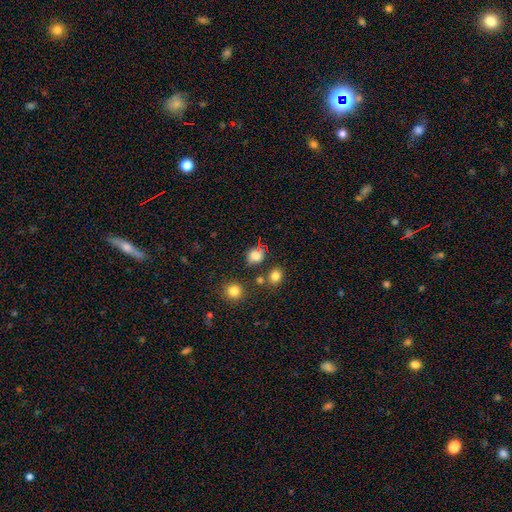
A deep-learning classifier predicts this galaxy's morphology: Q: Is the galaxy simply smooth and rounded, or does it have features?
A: smooth — 77%.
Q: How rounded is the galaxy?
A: round — 68%.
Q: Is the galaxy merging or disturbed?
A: none — 73%.